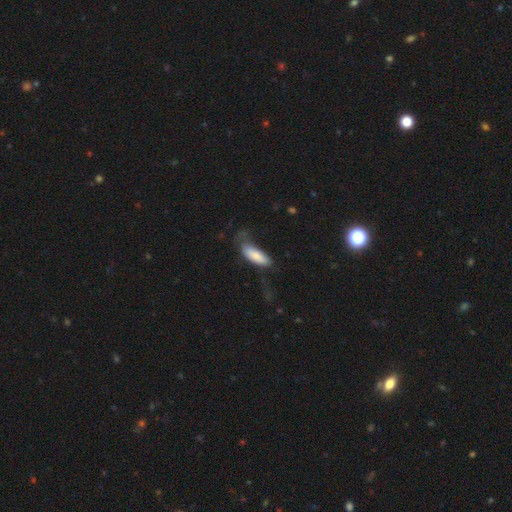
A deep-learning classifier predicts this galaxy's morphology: This is clearly a smooth galaxy (80%). How rounded: likely in between (69%). Merging: marginally none (38%).